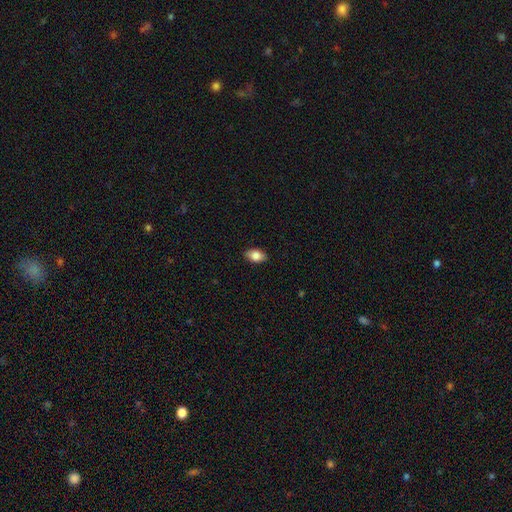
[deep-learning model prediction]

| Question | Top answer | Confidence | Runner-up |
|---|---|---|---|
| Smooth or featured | smooth | 83% | featured or disk (10%) |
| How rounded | in between | 90% | round (8%) |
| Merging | none | 87% | minor disturbance (10%) |